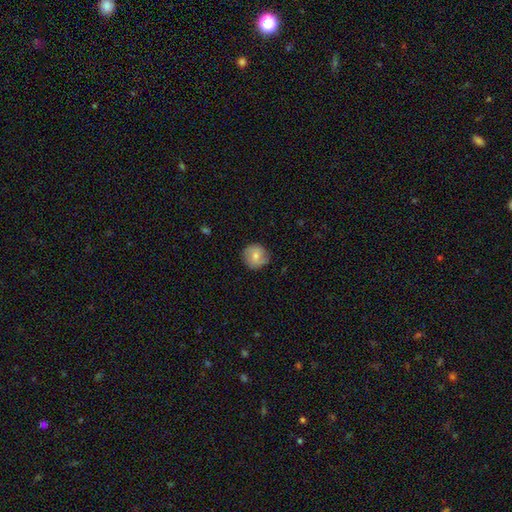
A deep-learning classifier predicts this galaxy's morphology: smooth-or-featured: smooth: 67% | featured or disk: 25% | star or artifact: 8%
  how-rounded: round: 91% | in between: 8% | cigar-shaped: 1%
  merging: none: 79% | minor disturbance: 16% | major disturbance: 4% | merger: 1%